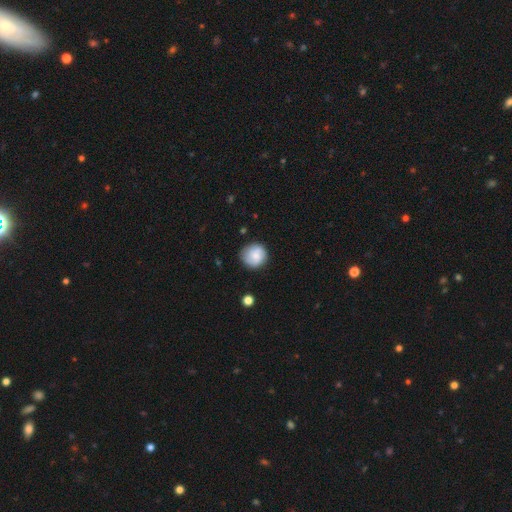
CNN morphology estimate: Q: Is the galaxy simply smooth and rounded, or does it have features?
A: smooth — 69%.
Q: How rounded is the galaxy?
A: round — 91%.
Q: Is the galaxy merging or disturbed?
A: none — 80%.